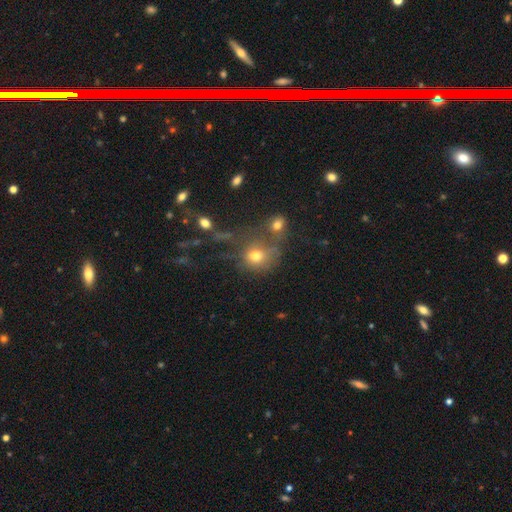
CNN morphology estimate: Smooth or featured? smooth (69%)
How rounded? round (76%)
Merging? none (45%)